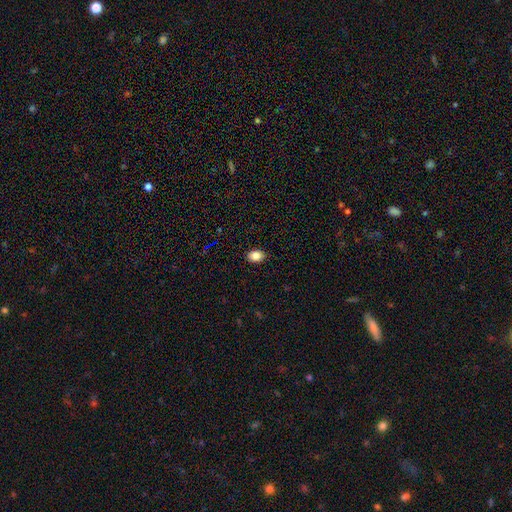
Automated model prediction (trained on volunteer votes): A smooth galaxy with no disk features (85%) that is in between round and cigar-shaped (71%).

Vote fractions:
- Smooth or featured? smooth: 85% / star or artifact: 10% / featured or disk: 6%
- How rounded? in between: 71% / round: 27% / cigar-shaped: 1%
- Merging? none: 88% / minor disturbance: 9% / major disturbance: 2% / merger: 1%